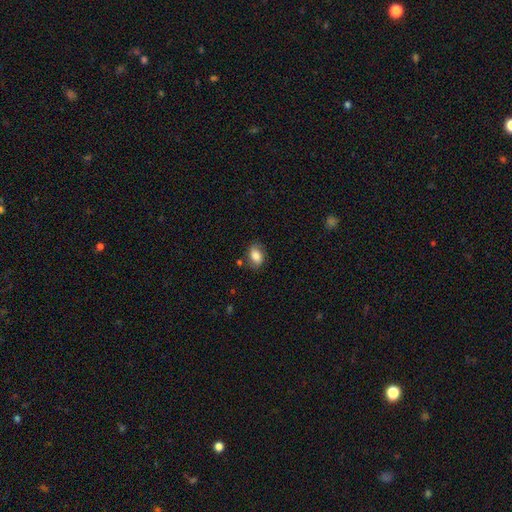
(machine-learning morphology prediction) smooth 79%, featured or disk 13%, star or artifact 8%. Down the decision tree: how rounded — in between (82%); merging — none (75%).